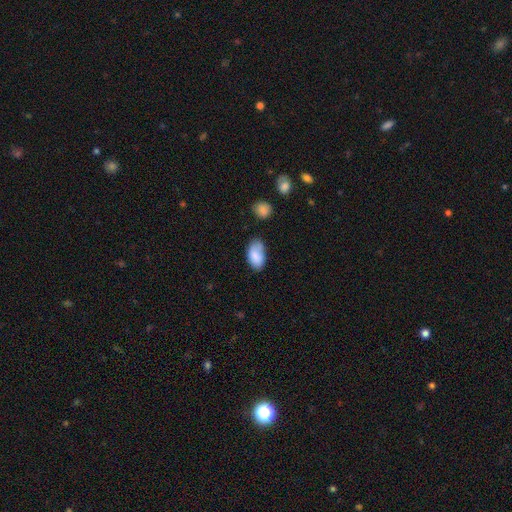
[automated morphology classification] Smooth or featured? smooth (85%)
How rounded? in between (95%)
Merging? none (60%)